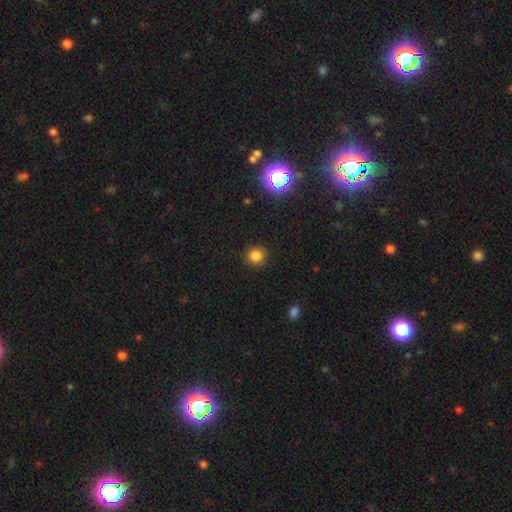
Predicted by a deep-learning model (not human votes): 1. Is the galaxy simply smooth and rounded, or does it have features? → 81% smooth, 15% star or artifact, 4% featured or disk.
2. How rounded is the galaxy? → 88% round, 11% in between, 1% cigar-shaped.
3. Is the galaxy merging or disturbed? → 90% none, 6% minor disturbance, 2% major disturbance, 1% merger.